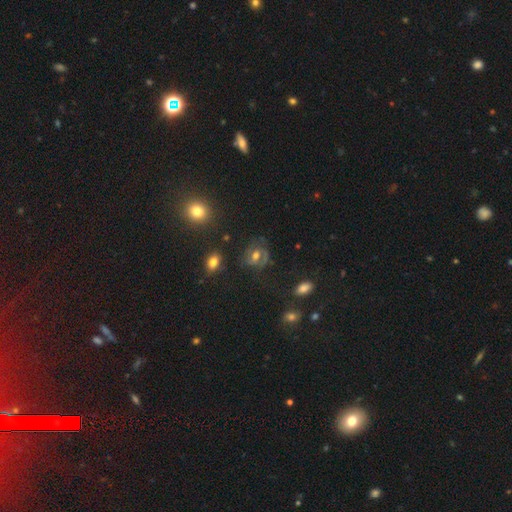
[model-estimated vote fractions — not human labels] Q: Smooth or featured?
A: featured or disk (51%); runner-up: smooth (34%)
Q: Edge-on disk?
A: no (96%); runner-up: yes (4%)
Q: Merging?
A: none (60%); runner-up: minor disturbance (21%)